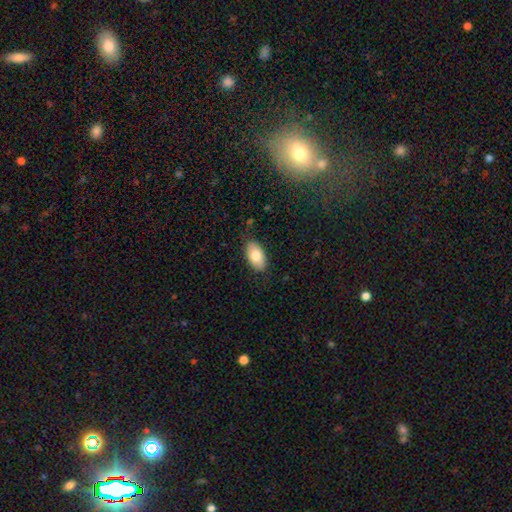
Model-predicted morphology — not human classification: A smooth galaxy with no disk features (78%) that is in between round and cigar-shaped (95%).

Vote fractions:
- Smooth or featured? smooth: 78% / featured or disk: 15% / star or artifact: 7%
- How rounded? in between: 95% / round: 4% / cigar-shaped: 2%
- Merging? none: 84% / minor disturbance: 13% / major disturbance: 3% / merger: 1%